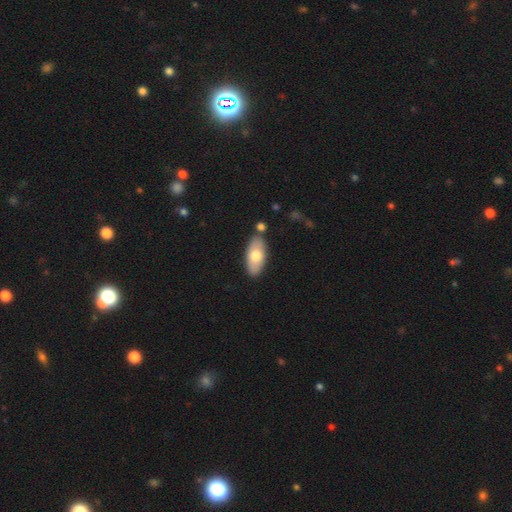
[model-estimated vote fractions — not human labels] This is likely a smooth galaxy (67%). How rounded: clearly in between (91%). Merging: likely none (79%).